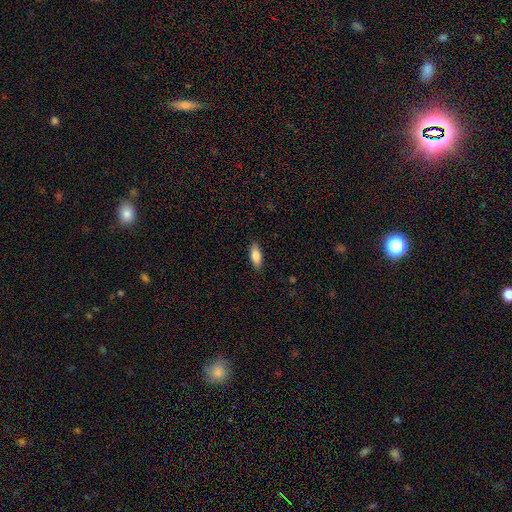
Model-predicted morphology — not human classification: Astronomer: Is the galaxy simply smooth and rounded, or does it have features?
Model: smooth — 80%.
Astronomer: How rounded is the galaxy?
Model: in between — 75%.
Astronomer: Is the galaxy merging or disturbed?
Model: none — 87%.